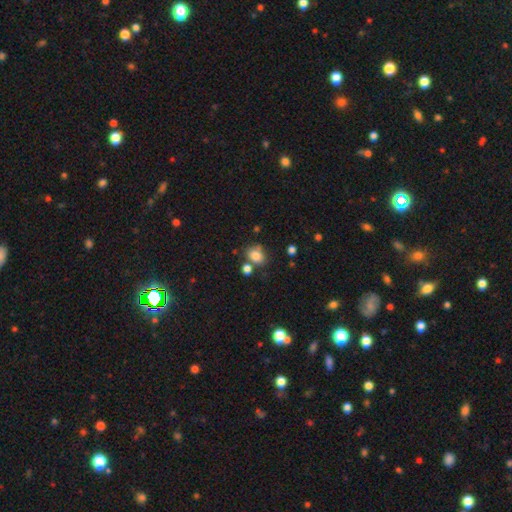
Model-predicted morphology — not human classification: Overall: smooth (81%). How rounded: in between (52%; round 47%). Merging: none (62%).